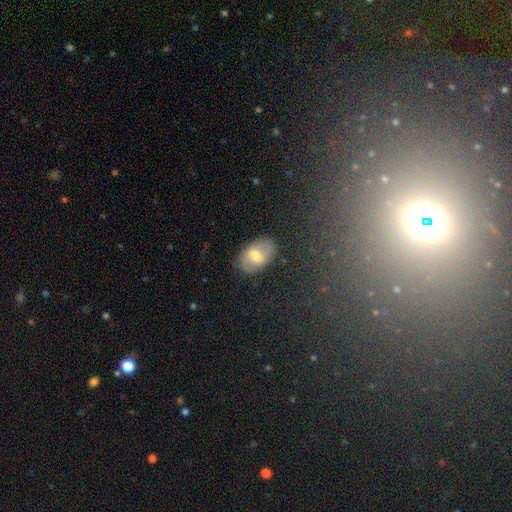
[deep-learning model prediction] A smooth galaxy with no disk features (57%) that is in between round and cigar-shaped (90%).

Vote fractions:
- Smooth or featured? smooth: 57% / featured or disk: 35% / star or artifact: 8%
- How rounded? in between: 90% / round: 8% / cigar-shaped: 2%
- Merging? none: 78% / minor disturbance: 15% / major disturbance: 4% / merger: 2%